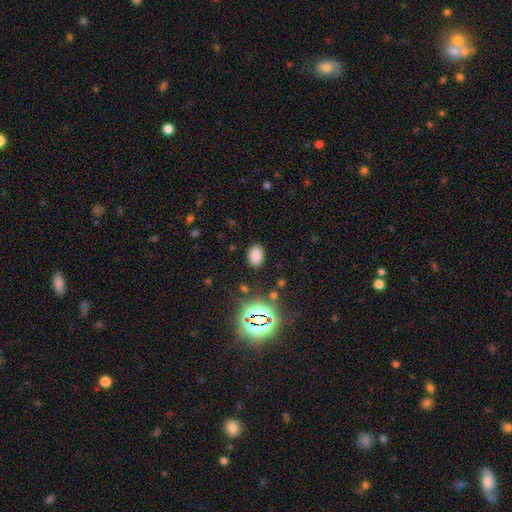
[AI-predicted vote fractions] This appears to be a smooth galaxy with no disk features (76%) that is in between round and cigar-shaped (81%). Merging: none (85%).